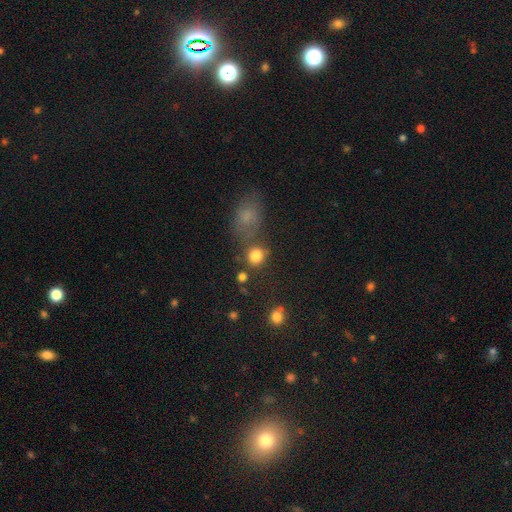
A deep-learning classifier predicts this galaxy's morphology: smooth_or_featured: smooth (p=0.82) [alt: star or artifact p=0.12]
how_rounded: round (p=0.81) [alt: in between p=0.18]
merging: none (p=0.64) [alt: merger p=0.18]